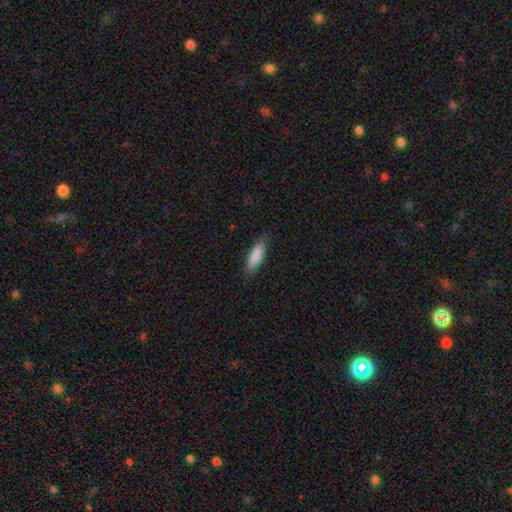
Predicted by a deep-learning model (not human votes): Smooth or featured? smooth (87%)
How rounded? cigar-shaped (55%)
Merging? none (85%)